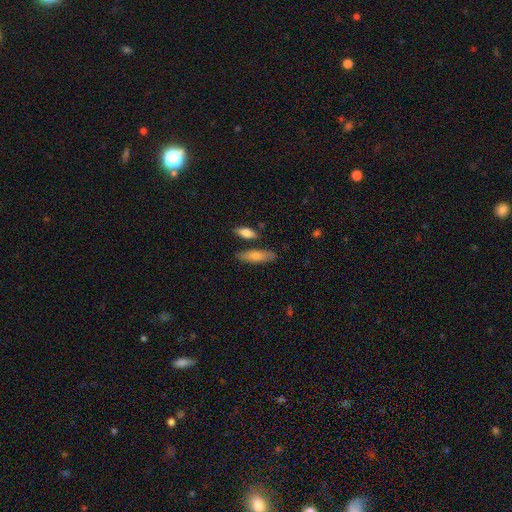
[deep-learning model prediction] Smooth or featured? smooth (76%)
How rounded? cigar-shaped (54%)
Merging? none (77%)